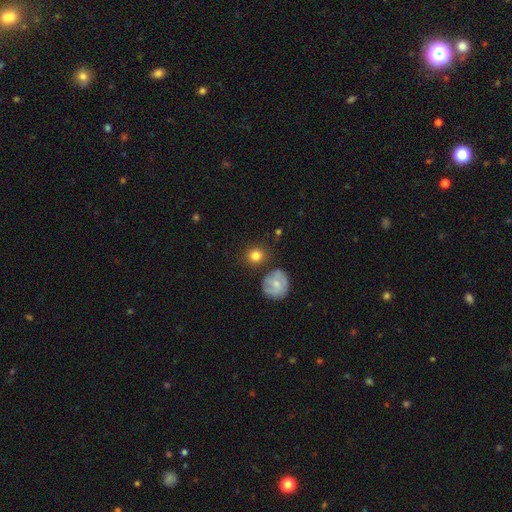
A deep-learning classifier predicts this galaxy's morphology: Smooth or featured? Predicted: smooth (p=0.81). How rounded? Predicted: round (p=0.87). Merging? Predicted: none (p=0.80).